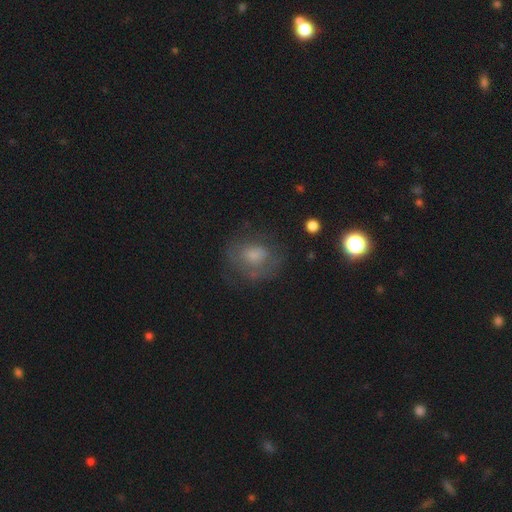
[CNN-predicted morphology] smooth_or_featured: smooth (p=0.51) [alt: featured or disk p=0.36]
how_rounded: round (p=0.57) [alt: in between p=0.42]
merging: none (p=0.58) [alt: minor disturbance p=0.21]